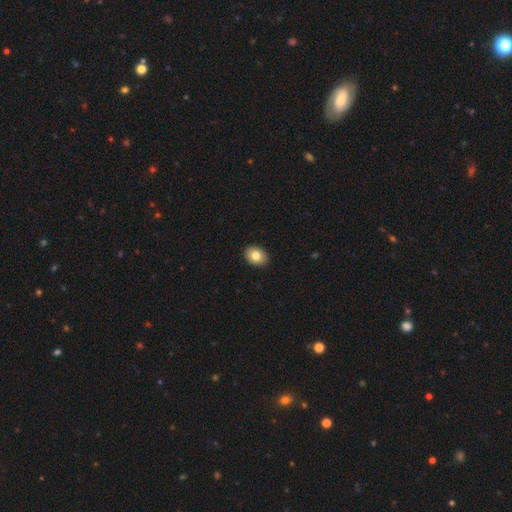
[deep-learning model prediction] Overall: smooth (81%). How rounded: in between (68%; round 31%). Merging: none (92%).